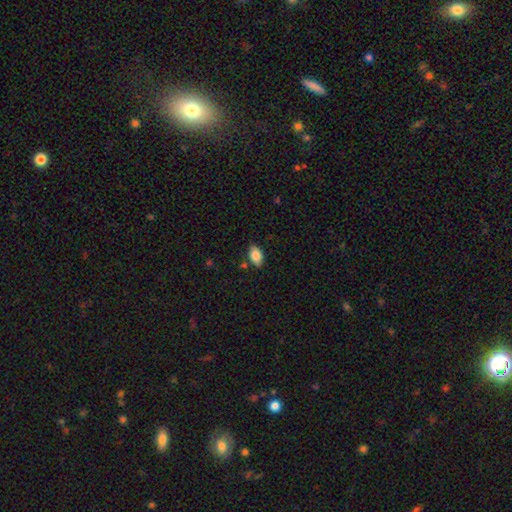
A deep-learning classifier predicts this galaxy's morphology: Smooth or featured? Predicted: smooth (p=0.85). How rounded? Predicted: in between (p=0.92). Merging? Predicted: none (p=0.81).